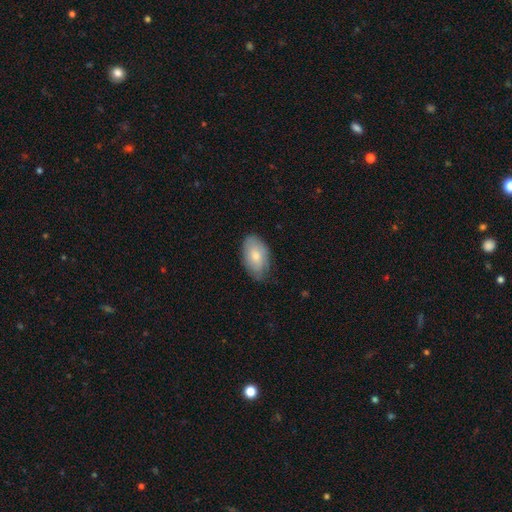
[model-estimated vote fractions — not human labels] Overall: smooth (74%). How rounded: in between (93%). Merging: none (71%).